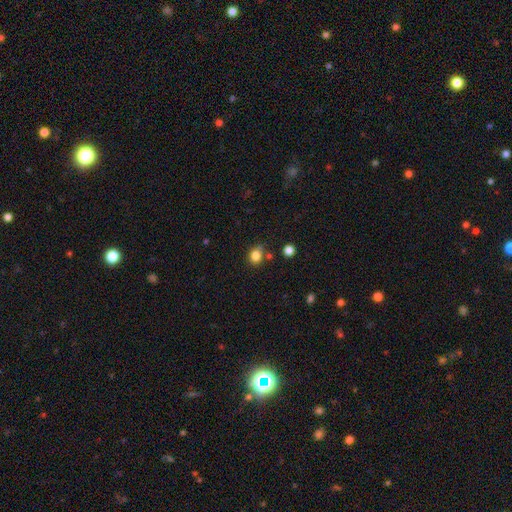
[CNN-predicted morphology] A smooth galaxy with no disk features (82%) that is round (60%). Merging: none (70%).